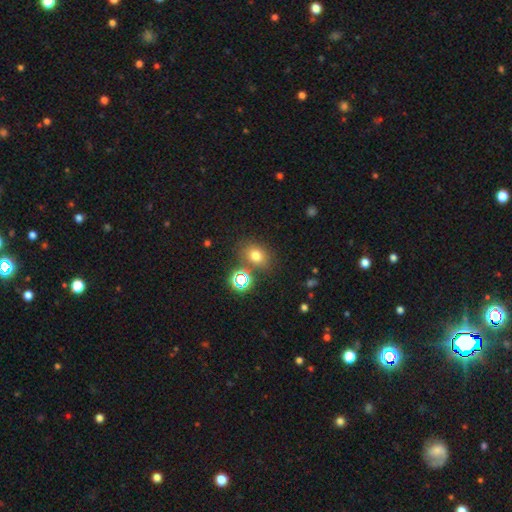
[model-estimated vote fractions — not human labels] Smooth or featured? smooth (69%)
How rounded? in between (54%)
Merging? none (74%)